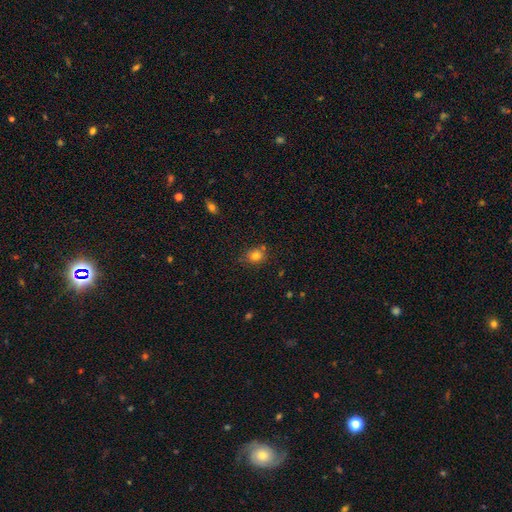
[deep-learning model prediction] The model was most divided on "how rounded": round: 67%, in between: 32%, cigar-shaped: 1%. More confident: smooth or featured — smooth (79%); merging — none (73%).